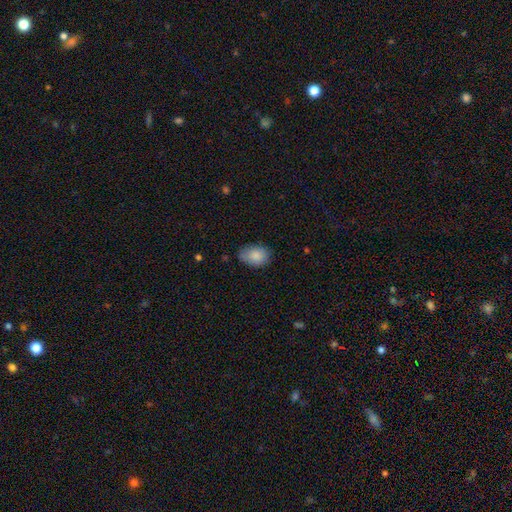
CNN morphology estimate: Smooth or featured? Predicted: smooth (p=0.86). How rounded? Predicted: in between (p=0.80). Merging? Predicted: none (p=0.72).